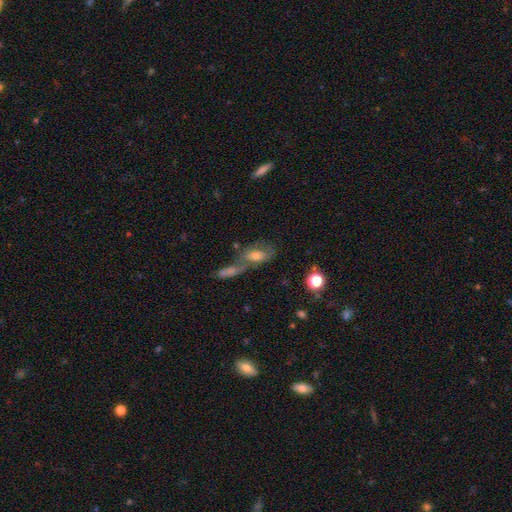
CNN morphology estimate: smooth 51%, featured or disk 37%, star or artifact 12%. Down the decision tree: how rounded — in between (82%); merging — merger (52%).